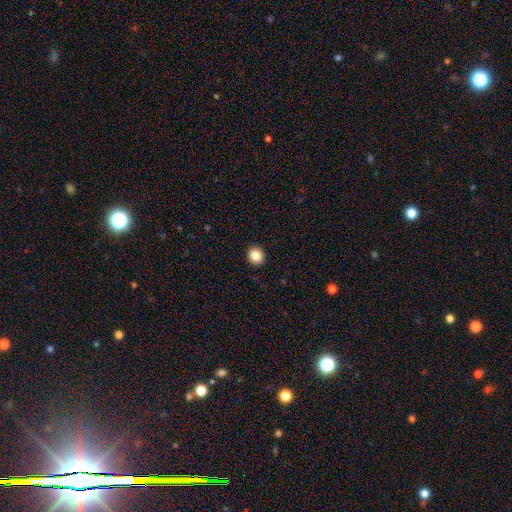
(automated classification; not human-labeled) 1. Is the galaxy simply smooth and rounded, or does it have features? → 85% smooth, 10% star or artifact, 5% featured or disk.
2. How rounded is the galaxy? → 87% round, 12% in between, 1% cigar-shaped.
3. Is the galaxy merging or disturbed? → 93% none, 5% minor disturbance, 2% major disturbance, 1% merger.